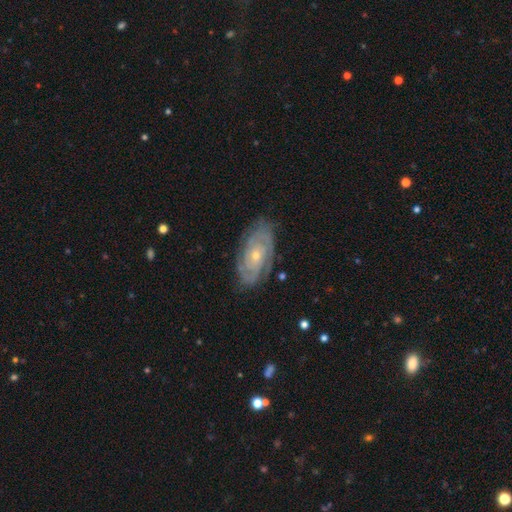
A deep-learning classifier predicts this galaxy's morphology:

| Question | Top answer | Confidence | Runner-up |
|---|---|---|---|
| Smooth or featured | featured or disk | 85% | smooth (9%) |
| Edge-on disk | no | 95% | yes (5%) |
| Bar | no | 77% | weak (19%) |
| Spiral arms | yes | 95% | no (5%) |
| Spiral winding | tight | 76% | medium (20%) |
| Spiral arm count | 2 | 37% | can't tell (26%) |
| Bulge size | small | 65% | moderate (32%) |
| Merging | none | 79% | minor disturbance (16%) |